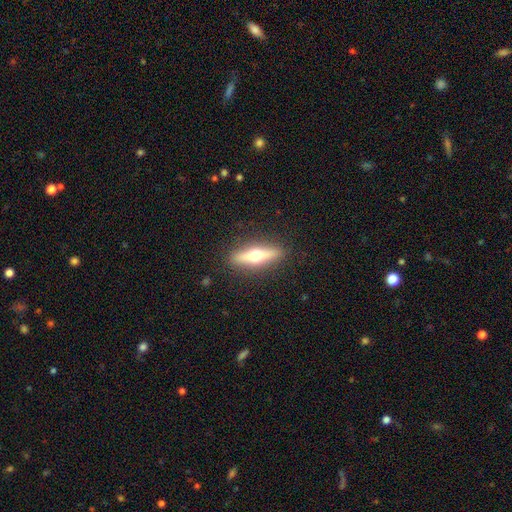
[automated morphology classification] Q: Smooth or featured?
A: featured or disk (60%); runner-up: smooth (33%)
Q: Edge-on disk?
A: yes (92%); runner-up: no (8%)
Q: Edge-on bulge?
A: rounded (96%); runner-up: boxy (2%)
Q: Merging?
A: none (89%); runner-up: minor disturbance (8%)